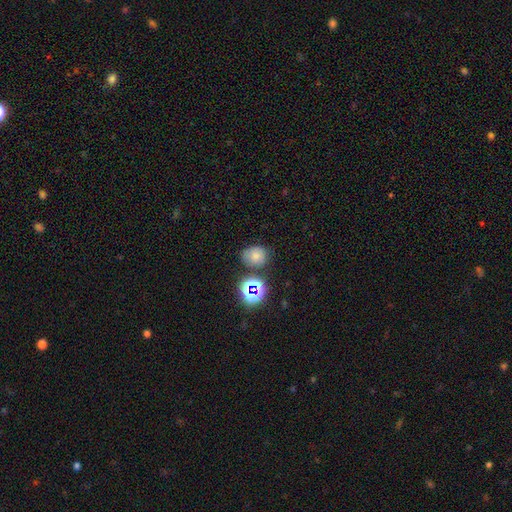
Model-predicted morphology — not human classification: A smooth galaxy with no disk features (71%) that is round (58%).

Vote fractions:
- Smooth or featured? smooth: 71% / star or artifact: 19% / featured or disk: 9%
- How rounded? round: 58% / in between: 41% / cigar-shaped: 1%
- Merging? none: 69% / minor disturbance: 18% / merger: 8% / major disturbance: 5%